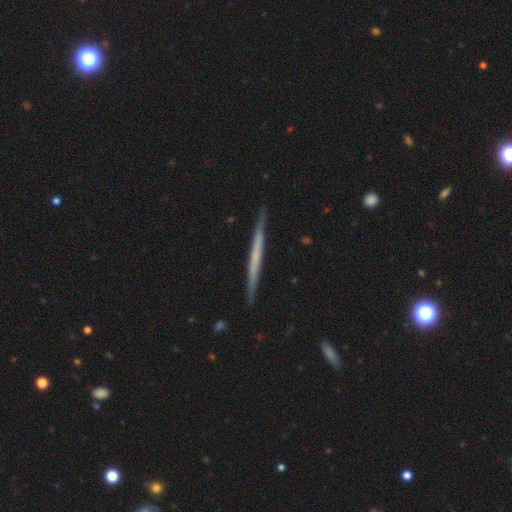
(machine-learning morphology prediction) A featured or disk galaxy (54%) viewed edge-on (97%) with no central bulge (89%). Merging: none (89%).